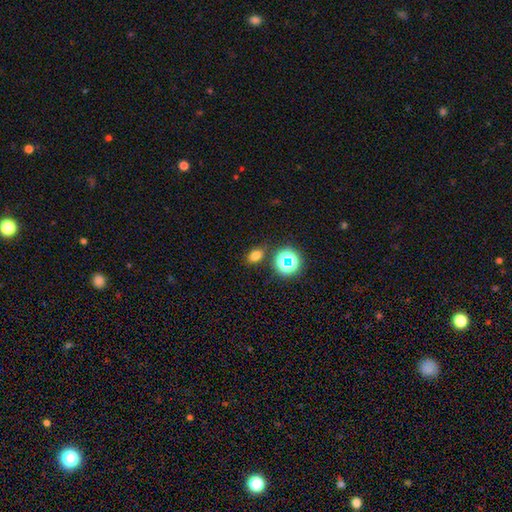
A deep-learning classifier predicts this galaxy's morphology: This is likely a smooth galaxy (71%). How rounded: likely in between (71%). Merging: clearly none (80%).